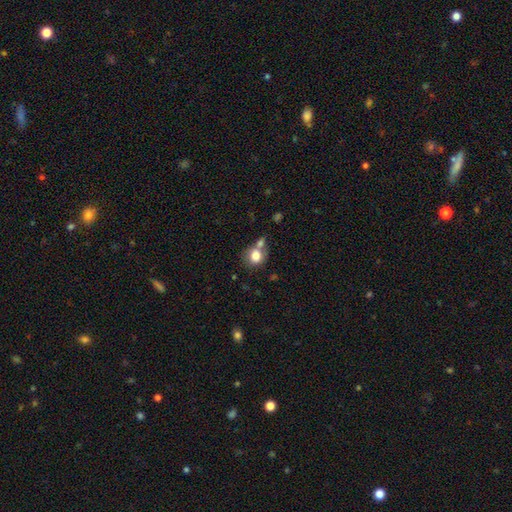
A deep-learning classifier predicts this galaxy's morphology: smooth 79%, featured or disk 11%, star or artifact 10%. Down the decision tree: how rounded — round (75%); merging — none (47%).